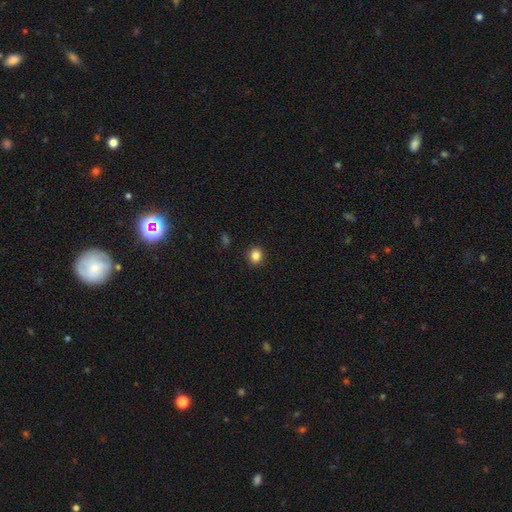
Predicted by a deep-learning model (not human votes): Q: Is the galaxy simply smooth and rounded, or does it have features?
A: smooth — 84%.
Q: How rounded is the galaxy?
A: round — 78%.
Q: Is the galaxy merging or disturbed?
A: none — 91%.